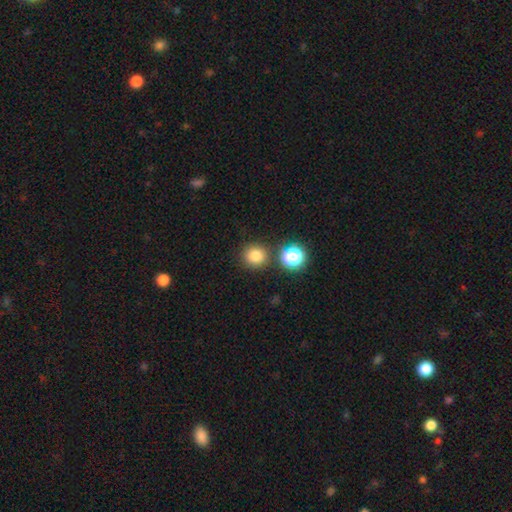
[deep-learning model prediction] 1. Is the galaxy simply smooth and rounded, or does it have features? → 79% smooth, 15% star or artifact, 6% featured or disk.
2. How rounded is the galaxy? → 90% round, 9% in between, 1% cigar-shaped.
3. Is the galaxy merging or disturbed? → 82% none, 8% minor disturbance, 8% merger, 3% major disturbance.